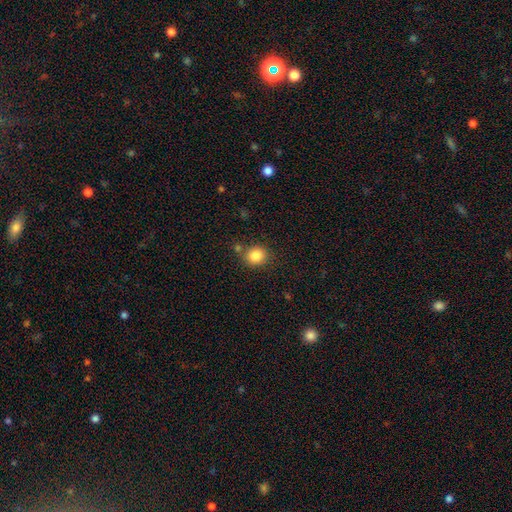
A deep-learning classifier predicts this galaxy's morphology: smooth-or-featured: smooth: 85% | star or artifact: 10% | featured or disk: 5%
  how-rounded: round: 79% | in between: 20% | cigar-shaped: 1%
  merging: none: 76% | minor disturbance: 11% | merger: 10% | major disturbance: 3%